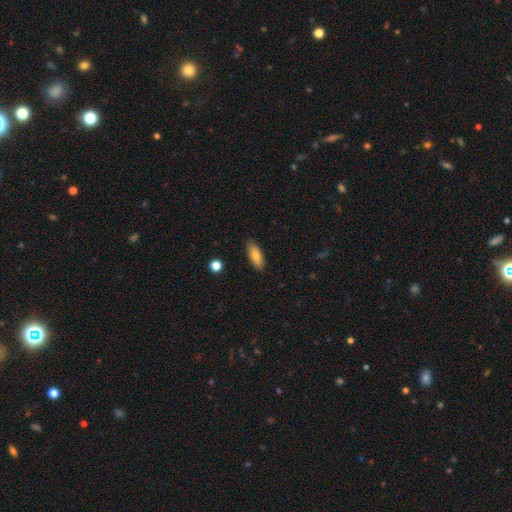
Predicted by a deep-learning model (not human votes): Morphology: type=smooth (77%); roundness=in between (72%); merging=none (88%).